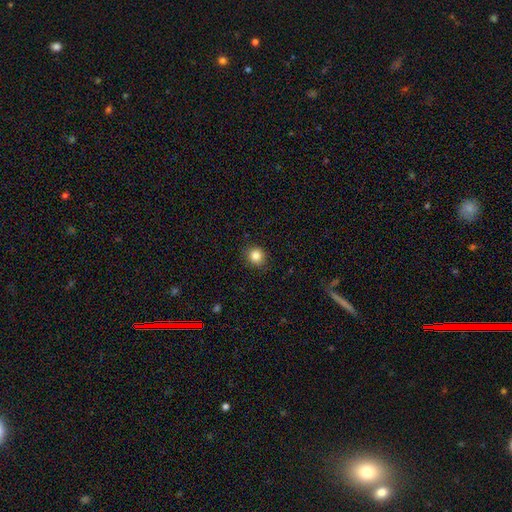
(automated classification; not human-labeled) smooth_or_featured: smooth (p=0.84) [alt: star or artifact p=0.11]
how_rounded: round (p=0.83) [alt: in between p=0.16]
merging: none (p=0.88) [alt: minor disturbance p=0.09]